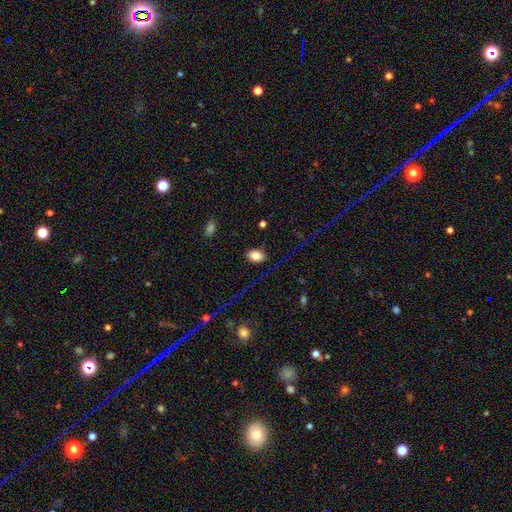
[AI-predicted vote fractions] A smooth galaxy with no disk features (83%) that is in between round and cigar-shaped (83%).

Vote fractions:
- Smooth or featured? smooth: 83% / star or artifact: 9% / featured or disk: 8%
- How rounded? in between: 83% / round: 15% / cigar-shaped: 1%
- Merging? none: 85% / minor disturbance: 10% / major disturbance: 4% / merger: 1%